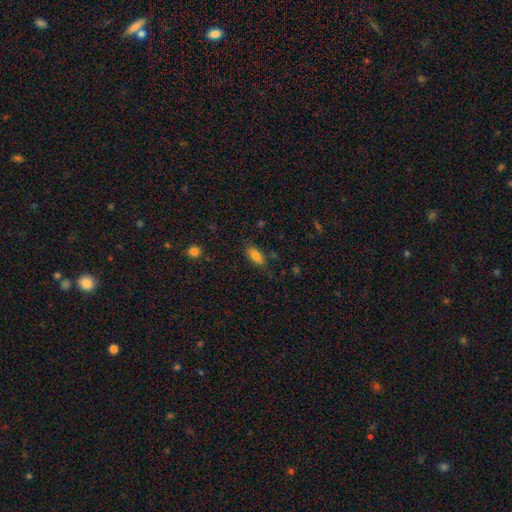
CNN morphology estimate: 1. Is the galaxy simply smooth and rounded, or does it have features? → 79% smooth, 12% featured or disk, 10% star or artifact.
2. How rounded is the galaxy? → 85% in between, 11% cigar-shaped, 4% round.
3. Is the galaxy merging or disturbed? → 77% none, 17% minor disturbance, 4% major disturbance, 2% merger.